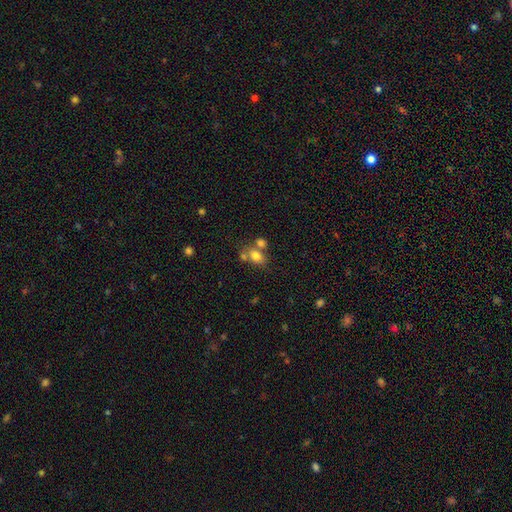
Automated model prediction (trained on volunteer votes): smooth 76%, featured or disk 13%, star or artifact 12%. Down the decision tree: how rounded — in between (64%); merging — none (44%).